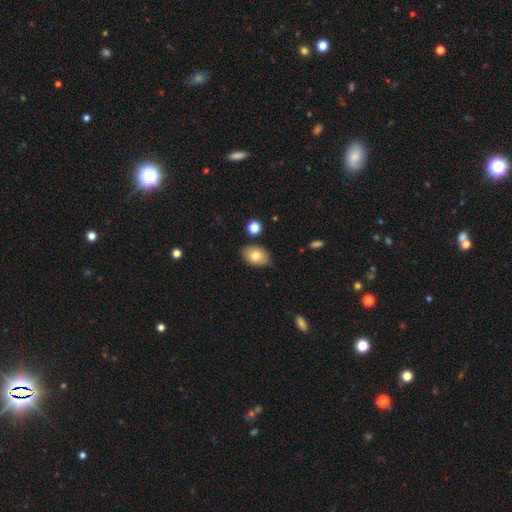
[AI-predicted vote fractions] Smooth or featured?
  - smooth: 76% *
  - featured or disk: 16%
  - star or artifact: 8%
How rounded?
  - in between: 81% *
  - round: 18%
  - cigar-shaped: 1%
Merging?
  - none: 76% *
  - minor disturbance: 18%
  - major disturbance: 3%
  - merger: 3%